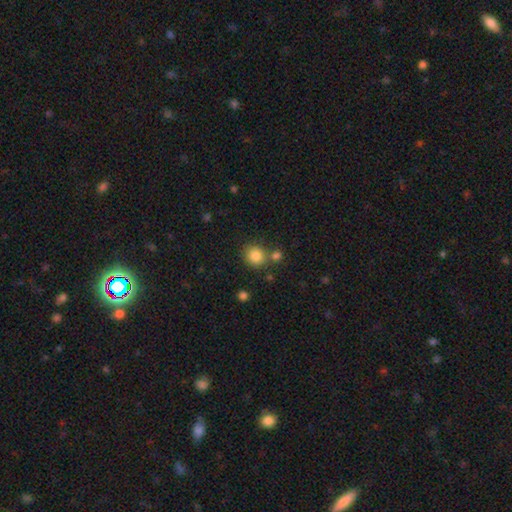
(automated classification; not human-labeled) Smooth or featured? Predicted: smooth (p=0.85). How rounded? Predicted: round (p=0.87). Merging? Predicted: none (p=0.71).